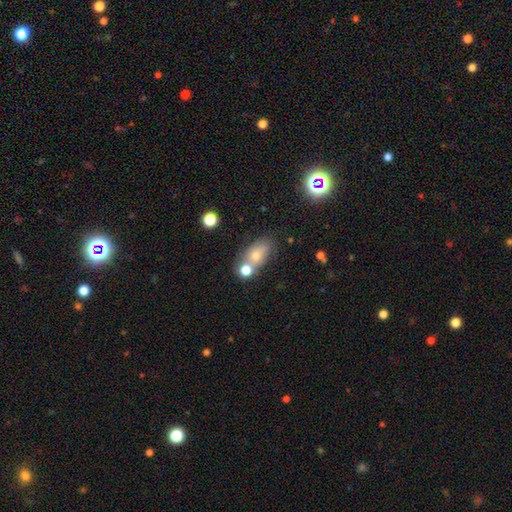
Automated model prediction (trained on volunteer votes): Q: Smooth or featured?
A: smooth (68%); runner-up: featured or disk (21%)
Q: How rounded?
A: in between (78%); runner-up: round (18%)
Q: Merging?
A: none (46%); runner-up: merger (31%)